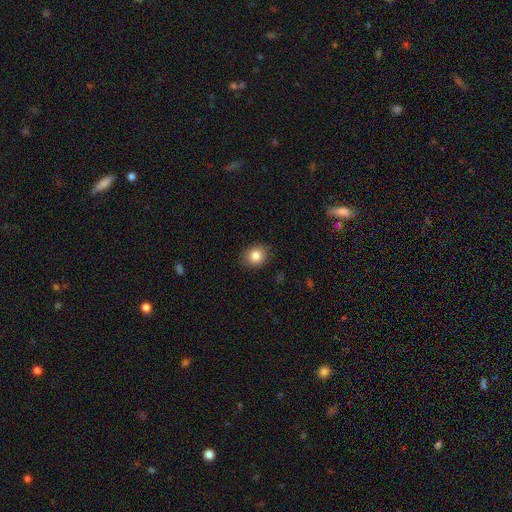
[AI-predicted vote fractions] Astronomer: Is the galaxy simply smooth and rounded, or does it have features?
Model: smooth — 84%.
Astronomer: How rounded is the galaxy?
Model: round — 69%.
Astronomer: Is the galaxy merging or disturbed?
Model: none — 88%.